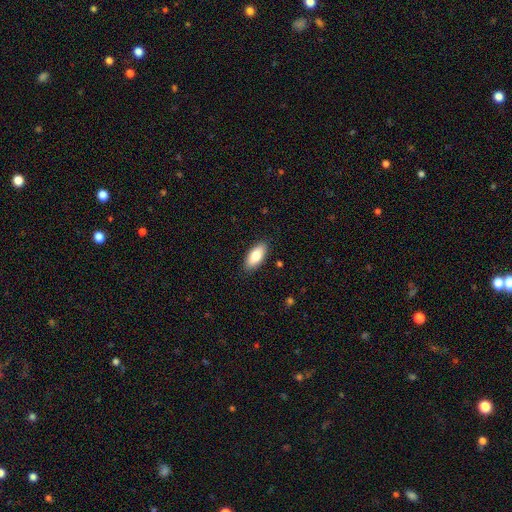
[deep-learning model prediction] Smooth or featured: smooth — 83% (featured or disk — 11%)
How rounded: in between — 87% (cigar-shaped — 11%)
Merging: none — 87% (minor disturbance — 9%)